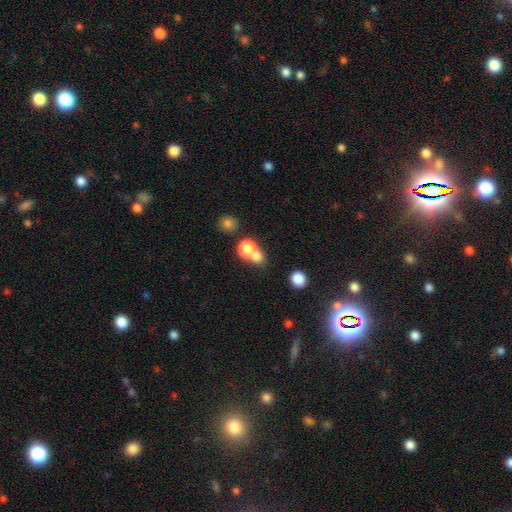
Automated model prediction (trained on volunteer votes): Smooth or featured? Predicted: smooth (p=0.76). How rounded? Predicted: round (p=0.77). Merging? Predicted: merger (p=0.53).